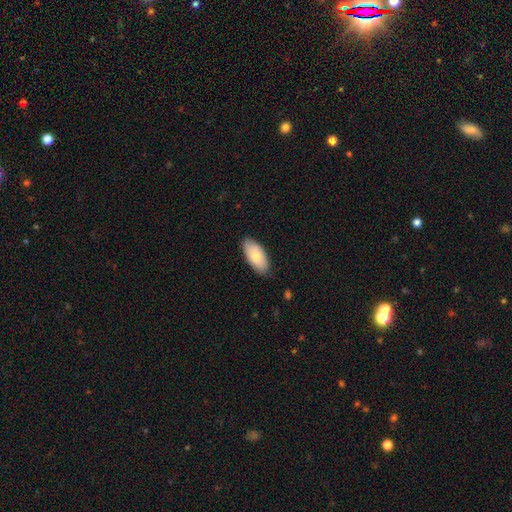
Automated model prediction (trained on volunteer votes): This is likely a smooth galaxy (79%). How rounded: clearly in between (93%). Merging: clearly none (84%).